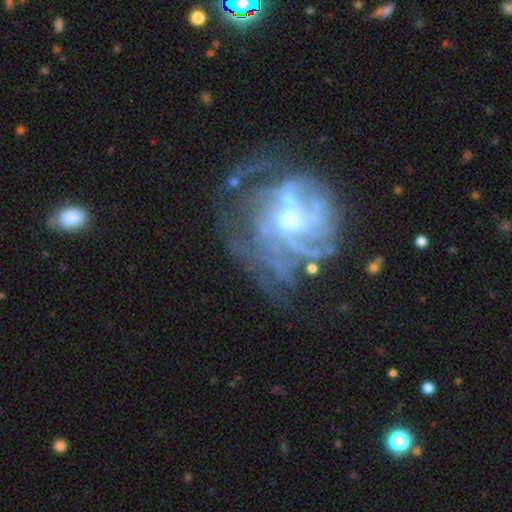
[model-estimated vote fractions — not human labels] Morphology: type=featured or disk (70%); edge-on=no (95%); bar=no (58%); spiral arms=yes (62%); bulge=moderate (49%); merging=none (49%).